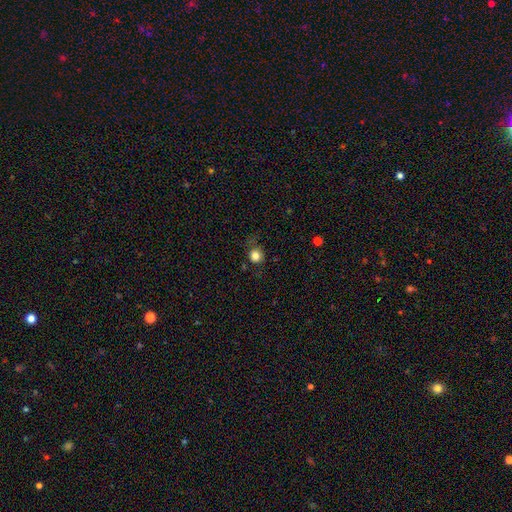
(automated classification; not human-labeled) A smooth galaxy with no disk features (80%) that is round (89%). Merging: none (74%).